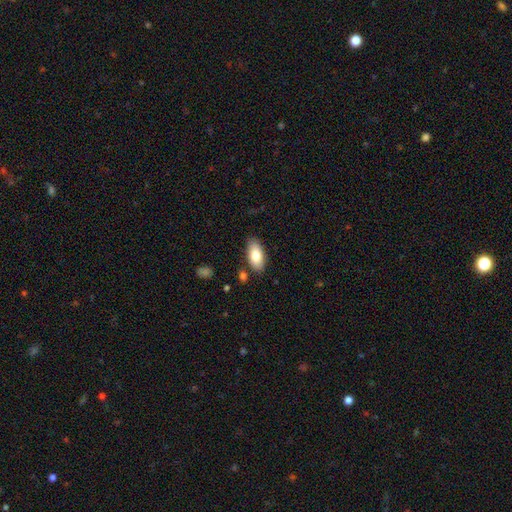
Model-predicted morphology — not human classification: The model was most divided on "smooth or featured": smooth: 81%, featured or disk: 12%, star or artifact: 6%. More confident: how rounded — in between (91%); merging — none (83%).